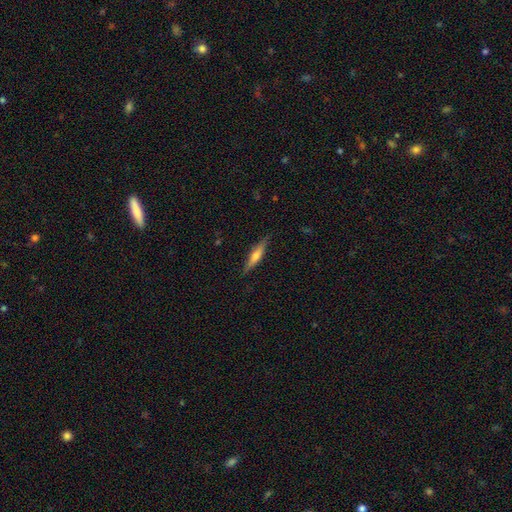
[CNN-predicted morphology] smooth-or-featured: featured or disk: 53% | smooth: 40% | star or artifact: 6%
  disk-edge-on: yes: 96% | no: 4%
    edge-on-bulge: rounded: 77% | none: 12% | boxy: 11%
  merging: none: 87% | minor disturbance: 10% | major disturbance: 2% | merger: 1%